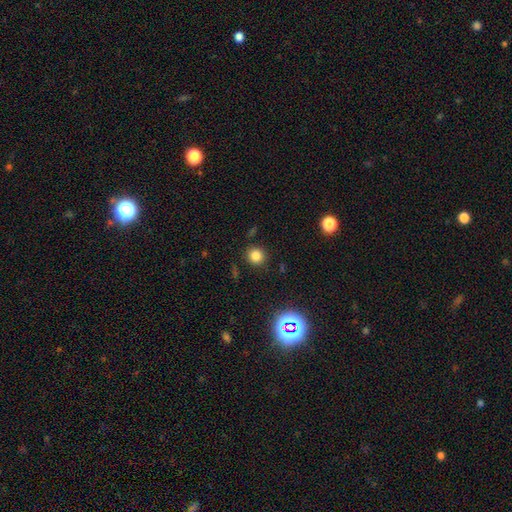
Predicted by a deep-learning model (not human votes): smooth 79%, star or artifact 16%, featured or disk 5%. Down the decision tree: how rounded — round (91%); merging — none (89%).